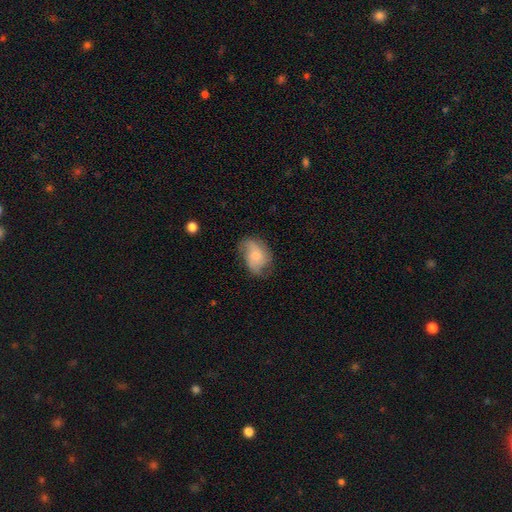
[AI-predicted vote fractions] This appears to be a smooth galaxy with no disk features (47%). Merging: none (55%).